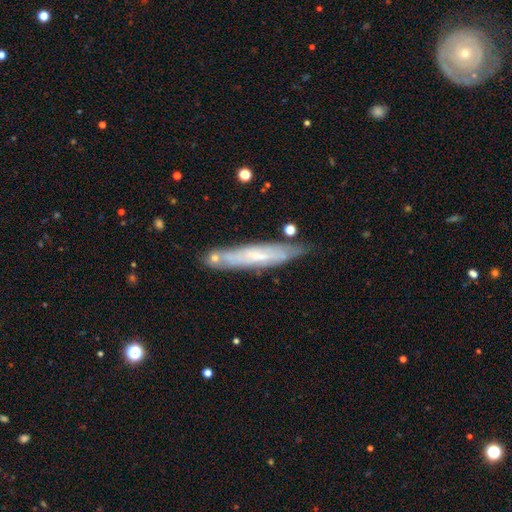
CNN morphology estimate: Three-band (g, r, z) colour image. It shows a featured or disk galaxy (56%) viewed edge-on (67%). Merging: none (72%).